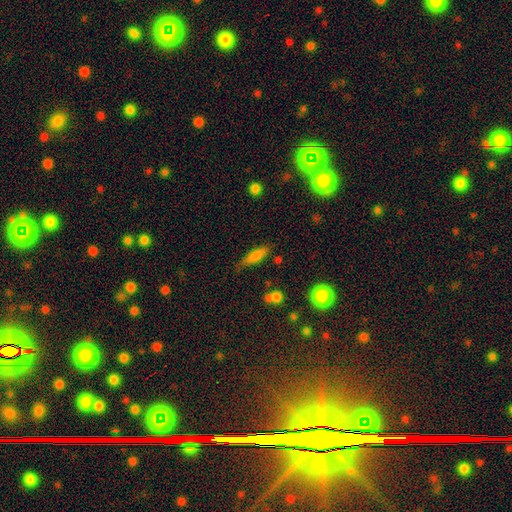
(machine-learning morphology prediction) This appears to be a smooth galaxy with no disk features (74%) that is cigar-shaped (63%). Merging: none (68%).